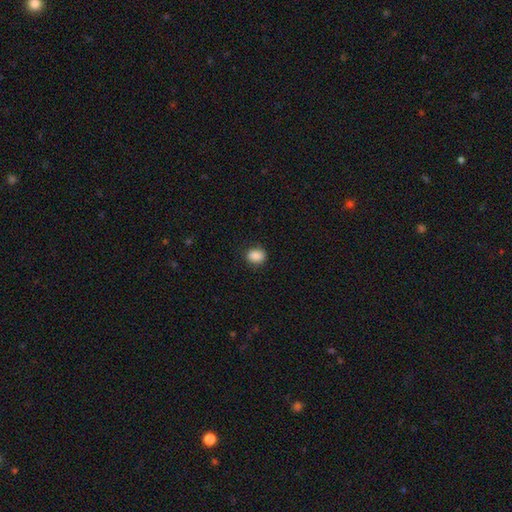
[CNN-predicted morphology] This is clearly a smooth galaxy (88%). How rounded: possibly round (54%). Merging: clearly none (85%).